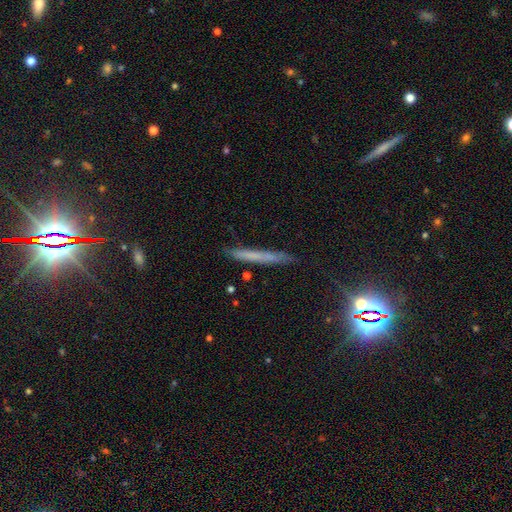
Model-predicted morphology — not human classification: smooth-or-featured: smooth: 50% | featured or disk: 34% | star or artifact: 16%
  how-rounded: cigar-shaped: 95% | in between: 3% | round: 2%
  merging: none: 83% | minor disturbance: 12% | major disturbance: 3% | merger: 2%